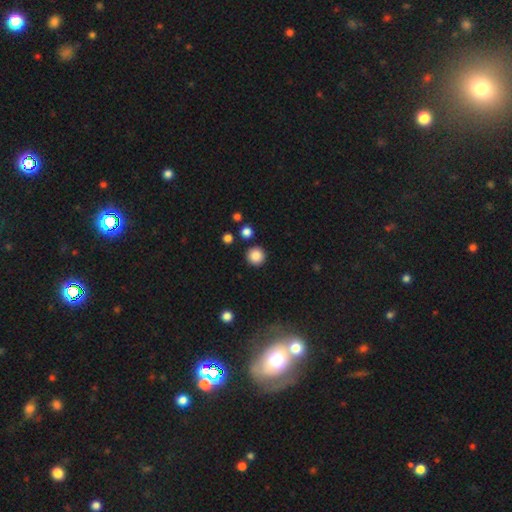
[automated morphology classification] Overall: smooth (86%). How rounded: round (95%). Merging: none (90%).